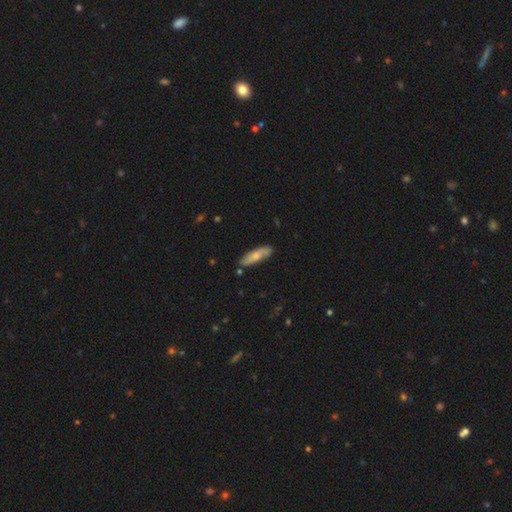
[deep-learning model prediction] This appears to be a smooth galaxy with no disk features (67%) that is cigar-shaped (60%). Merging: none (80%).